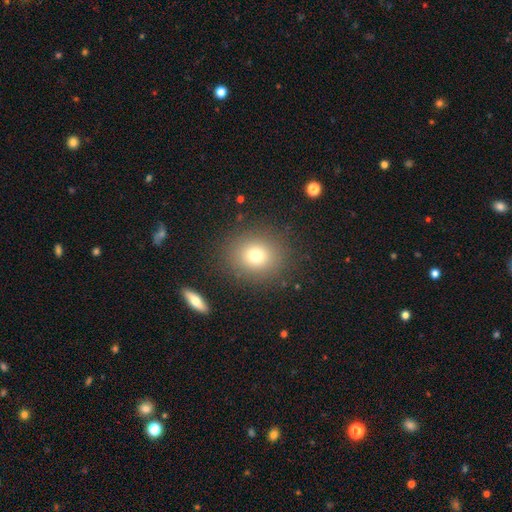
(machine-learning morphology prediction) This is likely a smooth galaxy (74%). How rounded: likely round (75%). Merging: clearly none (86%).